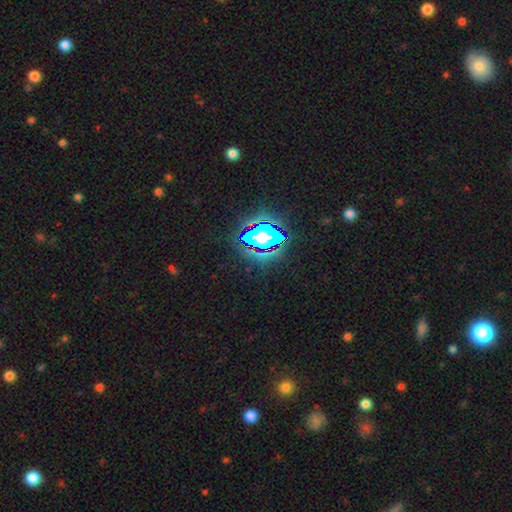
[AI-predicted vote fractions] Morphology: type=star or artifact (80%).